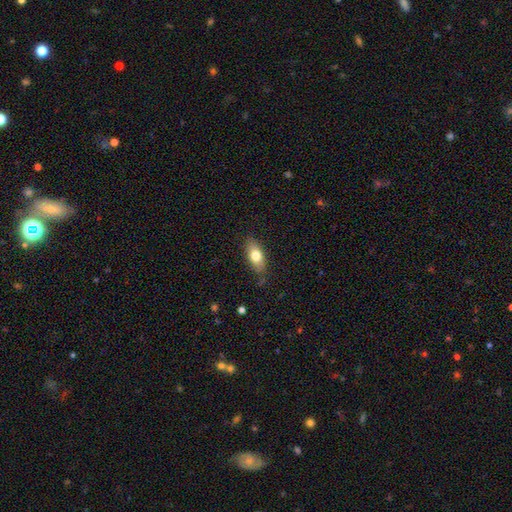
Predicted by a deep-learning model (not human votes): A smooth galaxy with no disk features (74%) that is in between round and cigar-shaped (84%). Merging: none (80%).